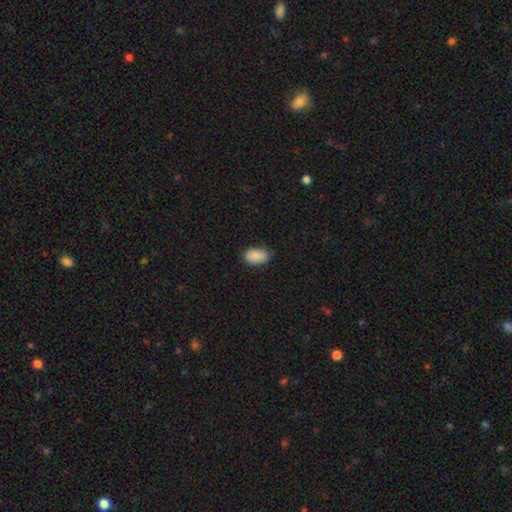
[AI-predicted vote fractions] Q: Smooth or featured?
A: smooth (86%); runner-up: featured or disk (7%)
Q: How rounded?
A: in between (90%); runner-up: round (9%)
Q: Merging?
A: none (82%); runner-up: minor disturbance (15%)